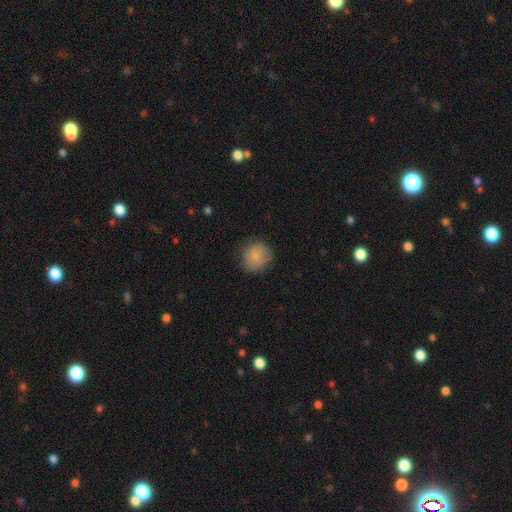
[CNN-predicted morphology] smooth_or_featured: smooth (p=0.82) [alt: featured or disk p=0.10]
how_rounded: round (p=0.82) [alt: in between p=0.17]
merging: none (p=0.71) [alt: minor disturbance p=0.22]